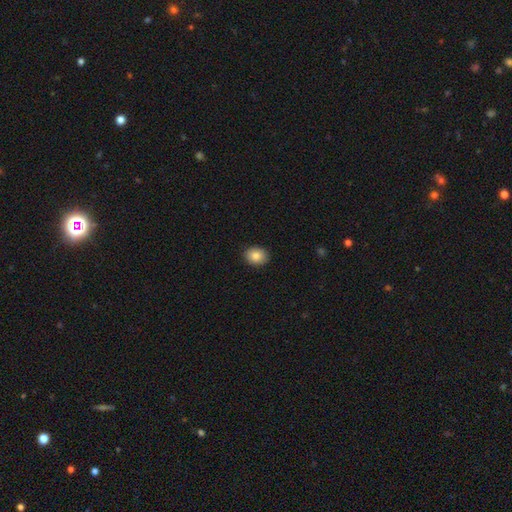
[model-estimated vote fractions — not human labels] Overall: smooth (85%). How rounded: in between (52%; round 47%). Merging: none (90%).